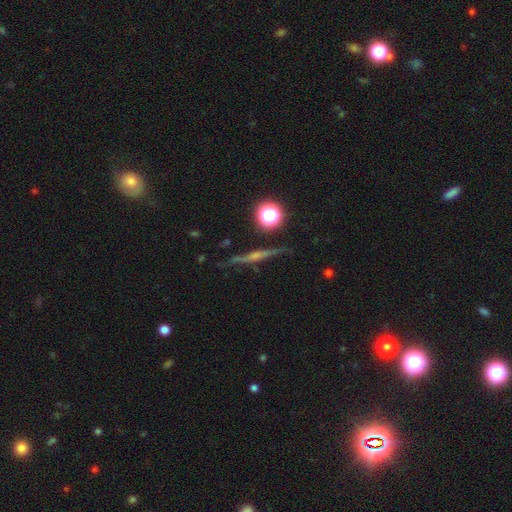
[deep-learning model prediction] smooth-or-featured: featured or disk: 71% | smooth: 16% | star or artifact: 14%
  disk-edge-on: yes: 96% | no: 4%
    edge-on-bulge: rounded: 69% | none: 21% | boxy: 10%
  merging: none: 88% | minor disturbance: 8% | major disturbance: 2% | merger: 2%